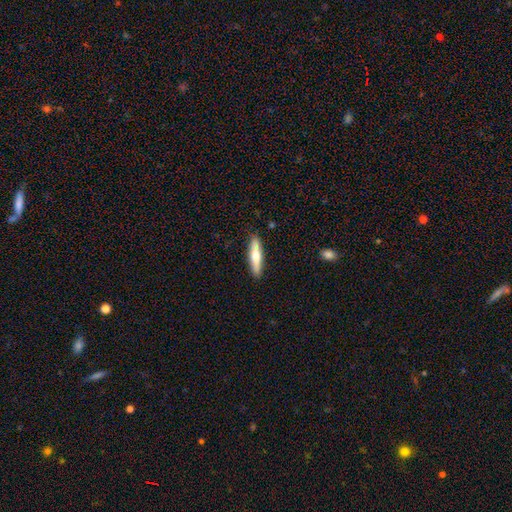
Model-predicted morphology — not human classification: A smooth galaxy with no disk features (61%) that is cigar-shaped (80%).

Vote fractions:
- Smooth or featured? smooth: 61% / featured or disk: 33% / star or artifact: 6%
- How rounded? cigar-shaped: 80% / in between: 19% / round: 2%
- Merging? none: 89% / minor disturbance: 8% / major disturbance: 2% / merger: 1%